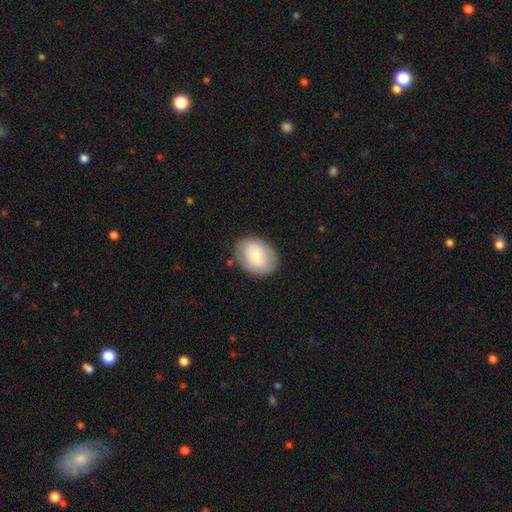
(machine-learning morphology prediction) Smooth or featured? smooth (74%)
How rounded? in between (69%)
Merging? none (82%)